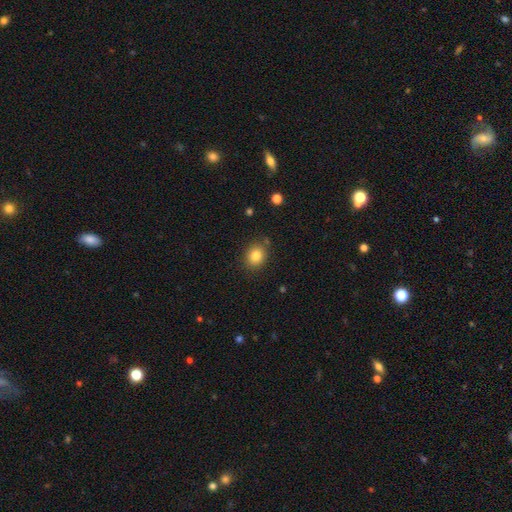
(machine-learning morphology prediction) This appears to be a smooth galaxy with no disk features (82%) that is round (64%). Merging: none (84%).